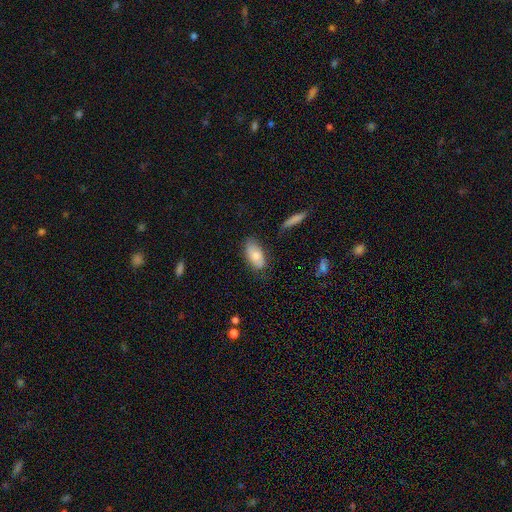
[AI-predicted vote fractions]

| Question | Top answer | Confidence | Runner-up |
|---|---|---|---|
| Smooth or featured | smooth | 76% | featured or disk (17%) |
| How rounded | in between | 92% | cigar-shaped (5%) |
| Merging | none | 72% | minor disturbance (20%) |